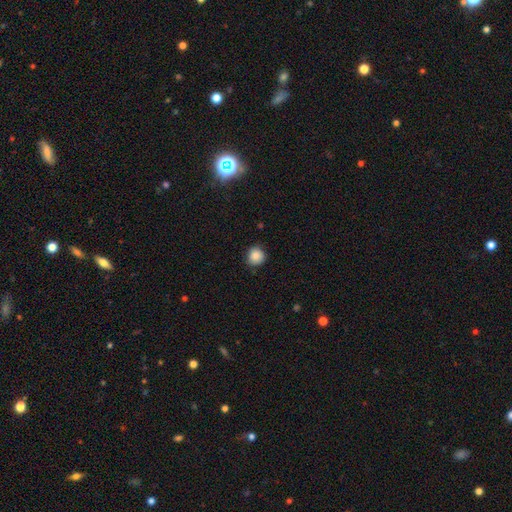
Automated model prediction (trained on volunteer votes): A smooth galaxy with no disk features (86%) that is round (91%). Merging: none (82%).